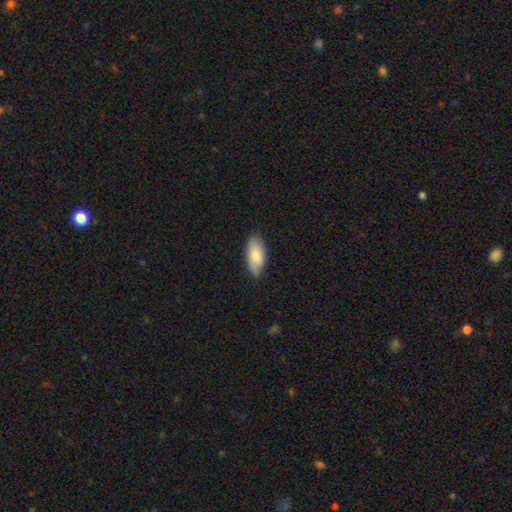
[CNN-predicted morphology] smooth-or-featured: smooth: 81% | featured or disk: 14% | star or artifact: 6%
  how-rounded: in between: 88% | cigar-shaped: 10% | round: 2%
  merging: none: 80% | minor disturbance: 17% | major disturbance: 2% | merger: 1%